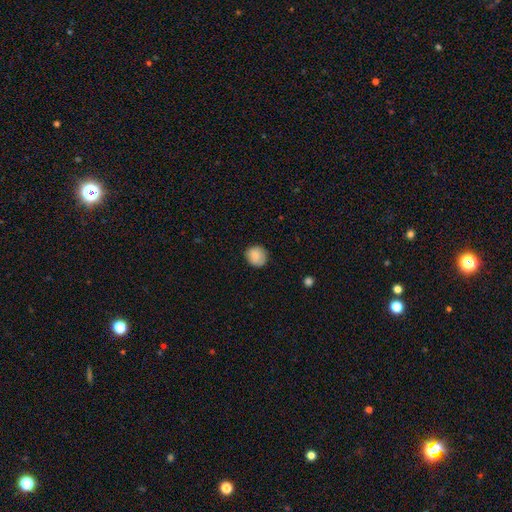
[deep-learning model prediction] smooth_or_featured: smooth (p=0.87) [alt: star or artifact p=0.08]
how_rounded: round (p=0.88) [alt: in between p=0.11]
merging: none (p=0.84) [alt: minor disturbance p=0.12]